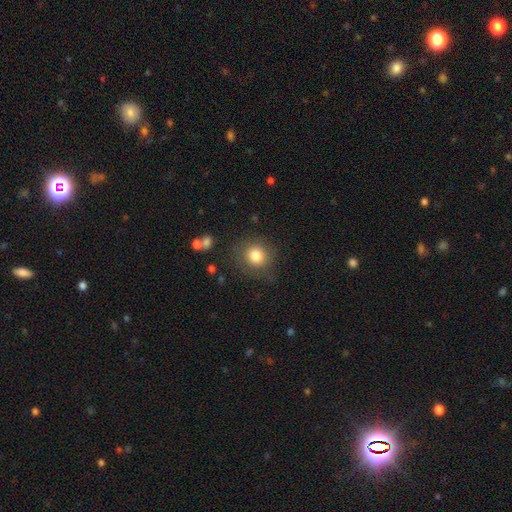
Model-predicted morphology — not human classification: type=smooth (81%); roundness=round (88%); merging=none (77%).